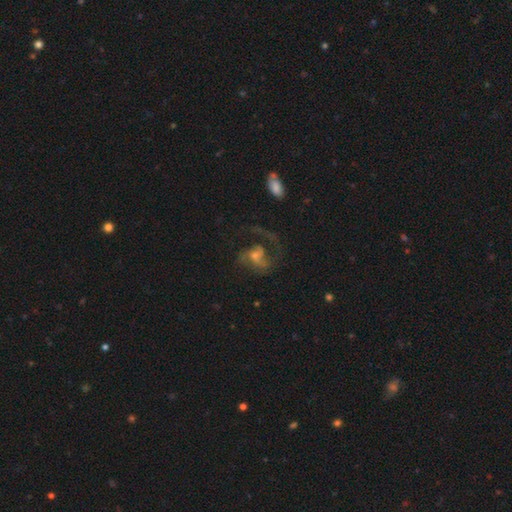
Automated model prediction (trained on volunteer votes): Morphology: type=featured or disk (77%); edge-on=no (98%); bar=no (51%); spiral arms=yes (89%); winding=medium (45%); arm count=2 (48%); bulge=small (51%); merging=none (44%).